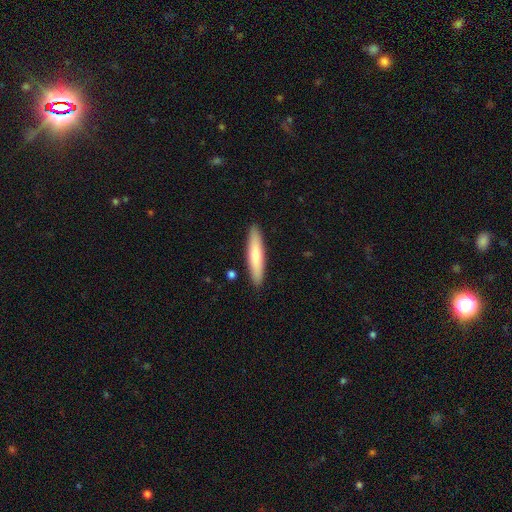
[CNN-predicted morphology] Smooth or featured: smooth — 70% (featured or disk — 24%)
How rounded: cigar-shaped — 87% (in between — 12%)
Merging: none — 90% (minor disturbance — 7%)